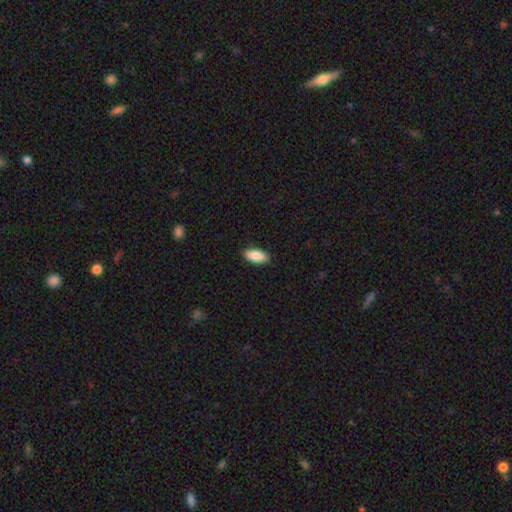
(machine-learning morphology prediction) This is clearly a smooth galaxy (88%). How rounded: clearly in between (87%). Merging: clearly none (88%).